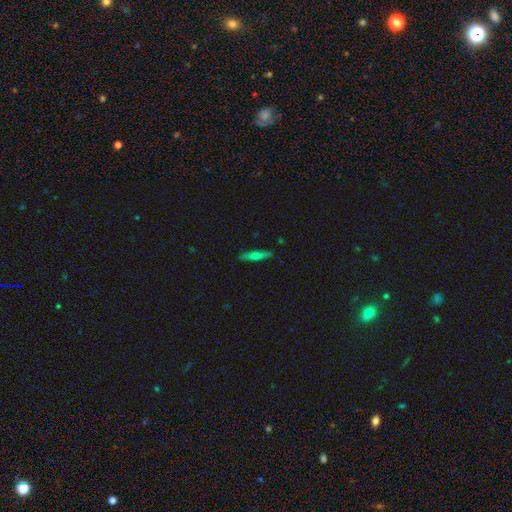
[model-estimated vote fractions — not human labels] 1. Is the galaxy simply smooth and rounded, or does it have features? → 57% smooth, 36% featured or disk, 7% star or artifact.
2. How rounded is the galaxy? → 85% cigar-shaped, 13% in between, 2% round.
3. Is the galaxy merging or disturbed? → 88% none, 9% minor disturbance, 2% major disturbance, 1% merger.